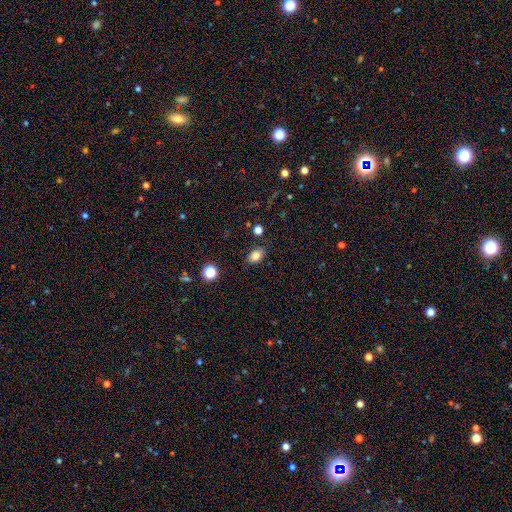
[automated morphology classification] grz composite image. It shows a smooth galaxy with no disk features (82%) that is in between round and cigar-shaped (79%). Merging: none (83%).